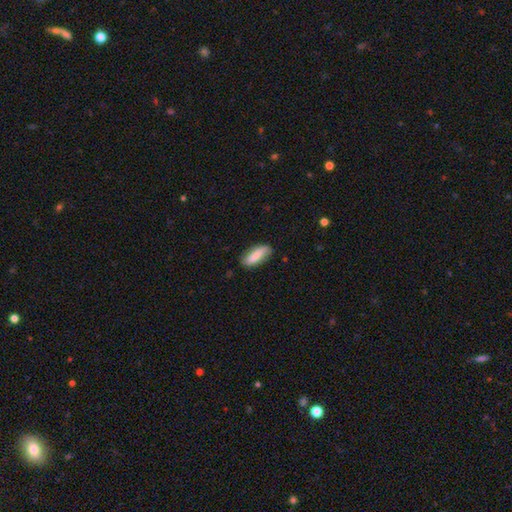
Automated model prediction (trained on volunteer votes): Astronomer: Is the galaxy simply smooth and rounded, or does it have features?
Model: smooth — 76%.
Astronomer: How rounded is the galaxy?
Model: in between — 71%.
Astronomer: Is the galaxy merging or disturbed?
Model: none — 77%.